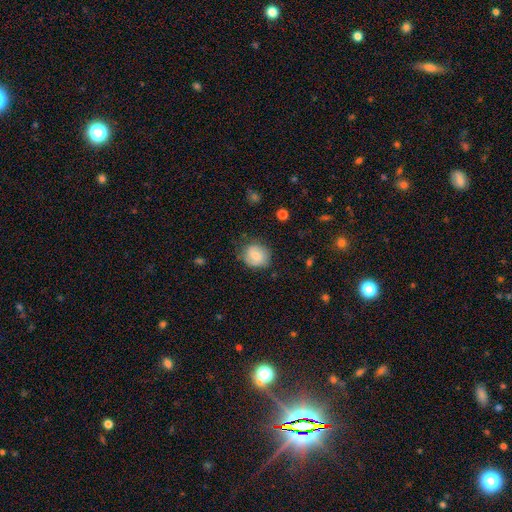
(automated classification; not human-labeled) smooth_or_featured: smooth (p=0.72) [alt: featured or disk p=0.20]
how_rounded: round (p=0.80) [alt: in between p=0.19]
merging: none (p=0.76) [alt: minor disturbance p=0.18]